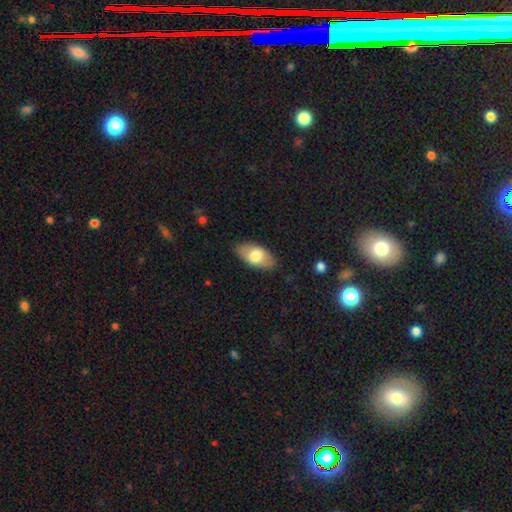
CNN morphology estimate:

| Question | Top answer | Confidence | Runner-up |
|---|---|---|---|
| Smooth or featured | smooth | 70% | featured or disk (24%) |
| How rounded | in between | 92% | cigar-shaped (5%) |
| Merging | none | 84% | minor disturbance (12%) |